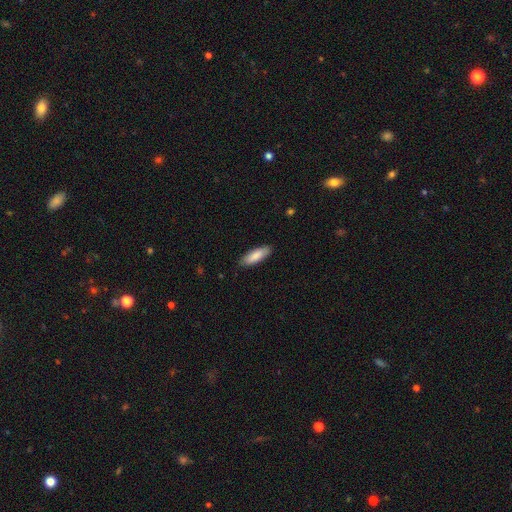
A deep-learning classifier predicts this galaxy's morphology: Smooth or featured: smooth — 85% (featured or disk — 9%)
How rounded: in between — 56% (cigar-shaped — 43%)
Merging: none — 87% (minor disturbance — 10%)